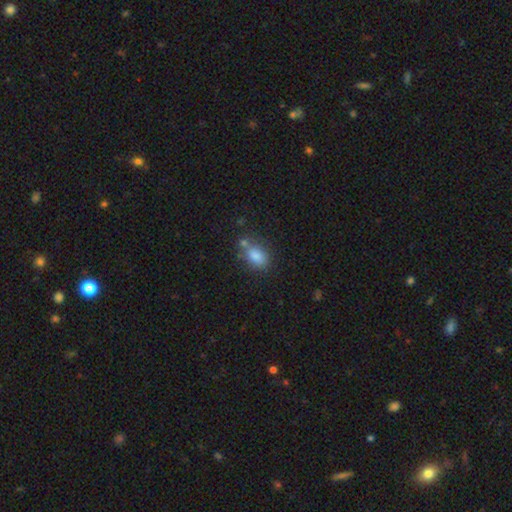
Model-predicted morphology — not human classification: The model was most divided on "merging": none: 56%, minor disturbance: 19%, merger: 18%, major disturbance: 7%. More confident: smooth or featured — smooth (82%); how rounded — in between (82%).